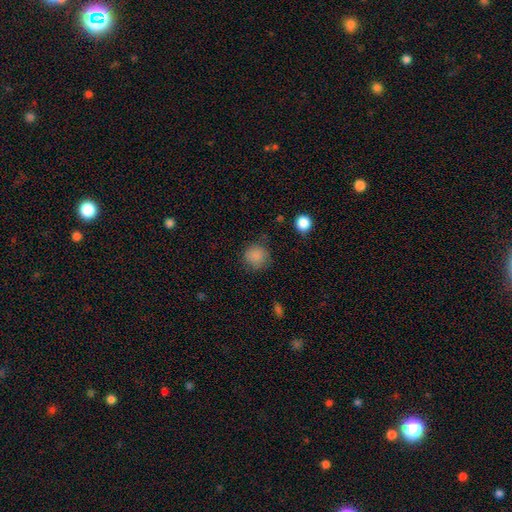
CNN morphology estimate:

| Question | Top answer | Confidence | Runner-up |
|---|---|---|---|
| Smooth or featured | smooth | 85% | star or artifact (10%) |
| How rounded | round | 90% | in between (9%) |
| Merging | none | 76% | minor disturbance (17%) |